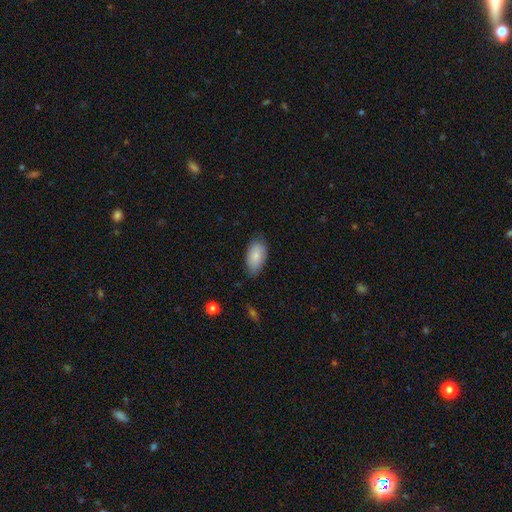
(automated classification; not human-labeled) smooth_or_featured: smooth (p=0.85) [alt: featured or disk p=0.09]
how_rounded: in between (p=0.94) [alt: round p=0.04]
merging: none (p=0.70) [alt: minor disturbance p=0.24]